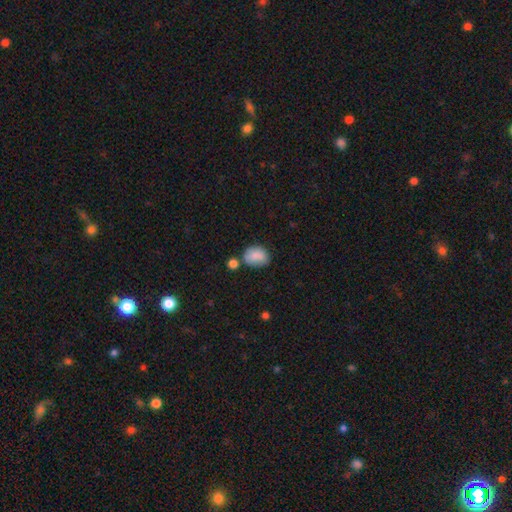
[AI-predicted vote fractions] smooth_or_featured: smooth (p=0.84) [alt: star or artifact p=0.08]
how_rounded: in between (p=0.61) [alt: round p=0.38]
merging: none (p=0.57) [alt: minor disturbance p=0.23]